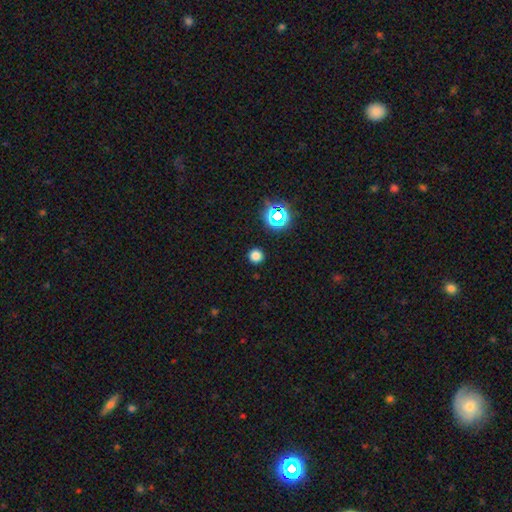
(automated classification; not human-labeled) Q: Smooth or featured?
A: smooth (75%); runner-up: star or artifact (21%)
Q: How rounded?
A: round (94%); runner-up: in between (5%)
Q: Merging?
A: none (91%); runner-up: minor disturbance (5%)